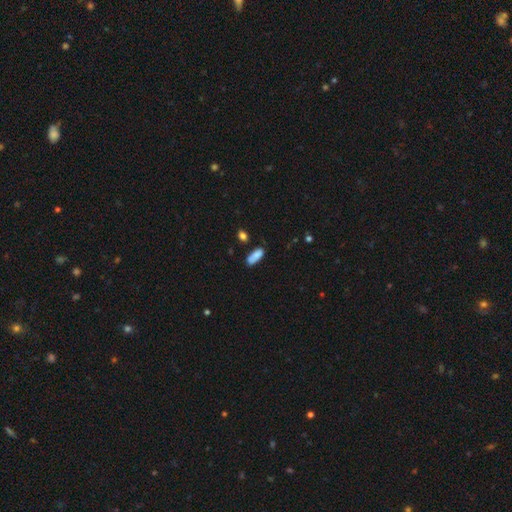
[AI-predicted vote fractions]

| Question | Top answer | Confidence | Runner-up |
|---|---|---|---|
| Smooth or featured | smooth | 82% | featured or disk (10%) |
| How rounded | in between | 72% | cigar-shaped (26%) |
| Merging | none | 59% | minor disturbance (23%) |